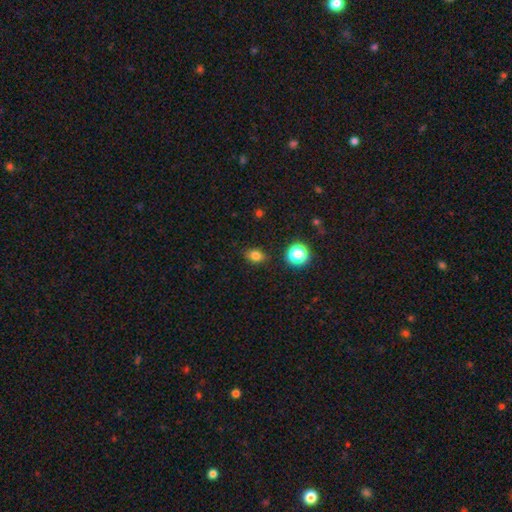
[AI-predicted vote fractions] Q: Smooth or featured?
A: smooth (79%); runner-up: star or artifact (15%)
Q: How rounded?
A: in between (65%); runner-up: round (33%)
Q: Merging?
A: none (86%); runner-up: minor disturbance (10%)